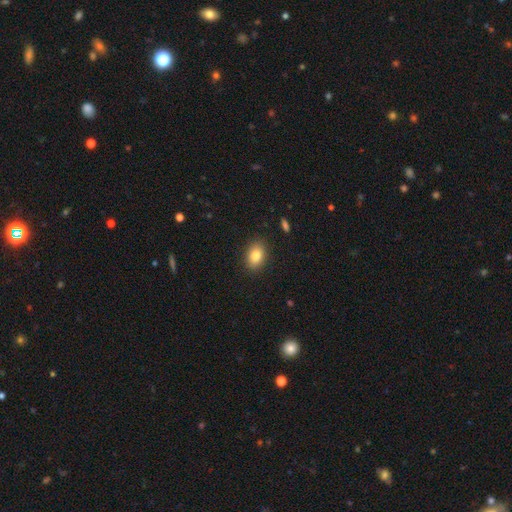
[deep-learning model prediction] Smooth or featured? smooth (83%)
How rounded? in between (80%)
Merging? none (89%)